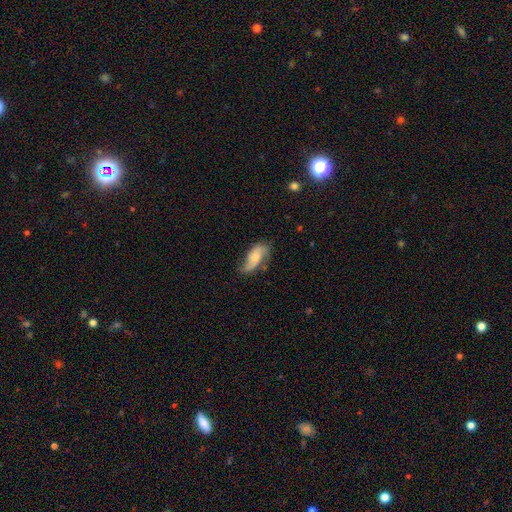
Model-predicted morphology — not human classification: A featured or disk galaxy (51%). Merging: none (56%).